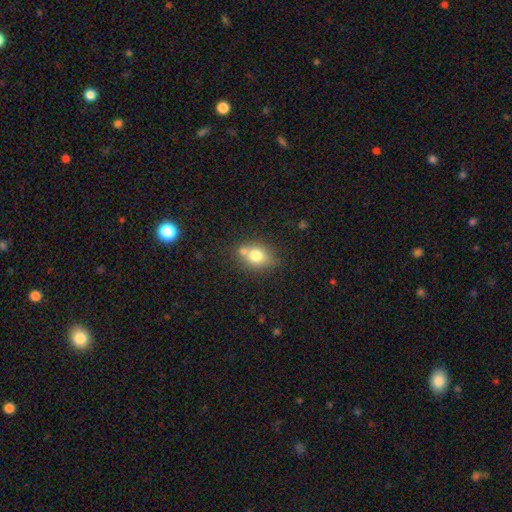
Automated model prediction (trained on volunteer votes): The model was most divided on "how rounded": round: 52%, in between: 47%, cigar-shaped: 1%. More confident: smooth or featured — smooth (74%); merging — none (57%).